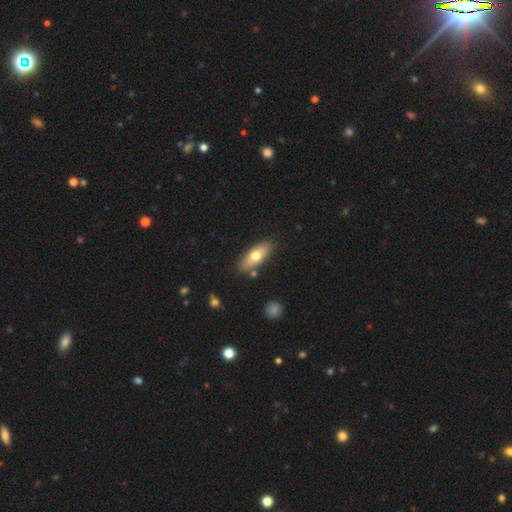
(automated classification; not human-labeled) smooth_or_featured: smooth (p=0.64) [alt: featured or disk p=0.30]
how_rounded: in between (p=0.68) [alt: cigar-shaped p=0.29]
merging: none (p=0.82) [alt: minor disturbance p=0.11]